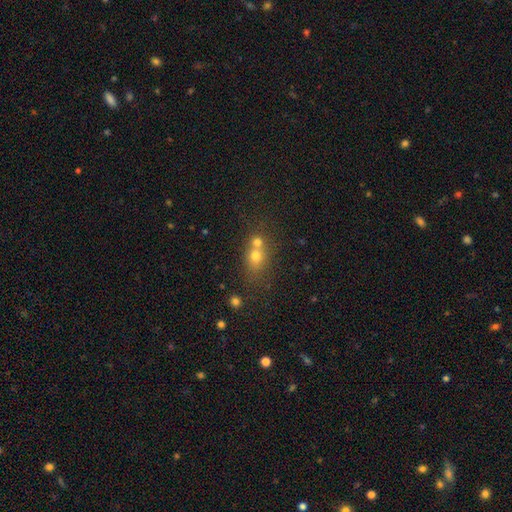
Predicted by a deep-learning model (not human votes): Smooth or featured?
  - smooth: 64% *
  - featured or disk: 18%
  - star or artifact: 18%
How rounded?
  - round: 56% *
  - in between: 41%
  - cigar-shaped: 3%
Merging?
  - merger: 54% *
  - none: 34%
  - minor disturbance: 8%
  - major disturbance: 4%